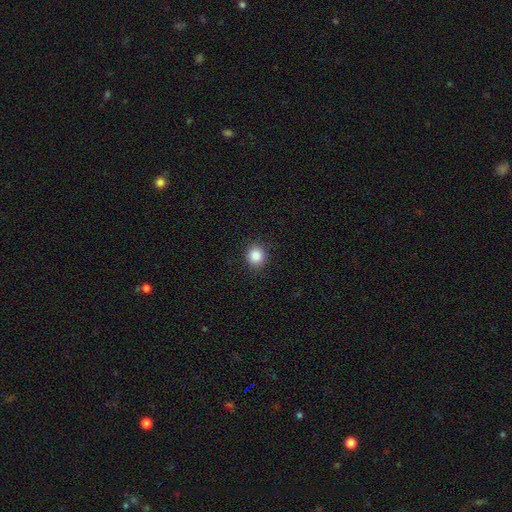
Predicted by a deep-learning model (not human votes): smooth-or-featured: smooth: 87% | star or artifact: 10% | featured or disk: 3%
  how-rounded: round: 87% | in between: 12% | cigar-shaped: 1%
  merging: none: 90% | minor disturbance: 7% | major disturbance: 2% | merger: 1%